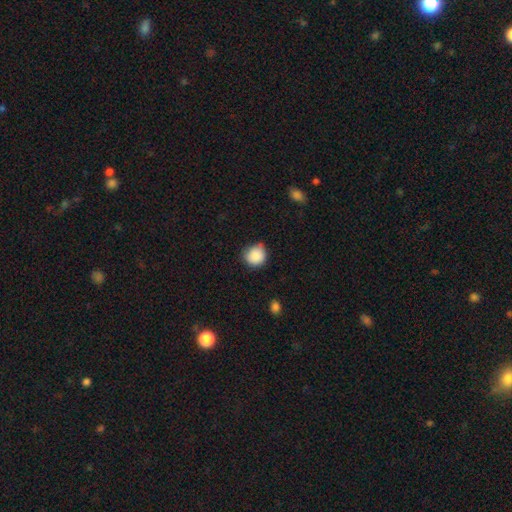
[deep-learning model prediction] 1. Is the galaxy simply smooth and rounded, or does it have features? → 87% smooth, 9% star or artifact, 4% featured or disk.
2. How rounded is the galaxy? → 86% round, 13% in between, 1% cigar-shaped.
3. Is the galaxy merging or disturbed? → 64% none, 29% minor disturbance, 5% major disturbance, 2% merger.